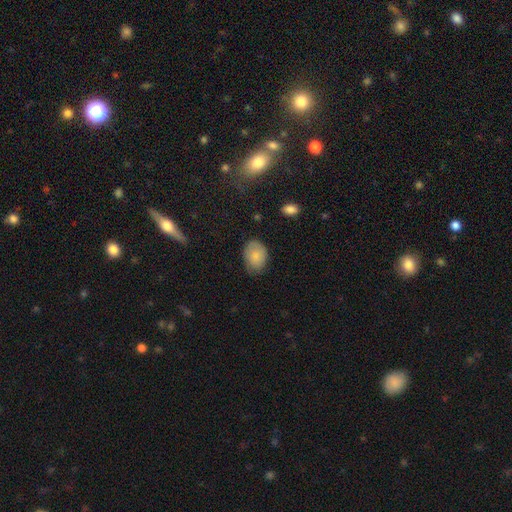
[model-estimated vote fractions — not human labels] A smooth galaxy with no disk features (82%) that is in between round and cigar-shaped (75%).

Vote fractions:
- Smooth or featured? smooth: 82% / featured or disk: 11% / star or artifact: 7%
- How rounded? in between: 75% / round: 24% / cigar-shaped: 1%
- Merging? none: 69% / minor disturbance: 25% / major disturbance: 5% / merger: 1%